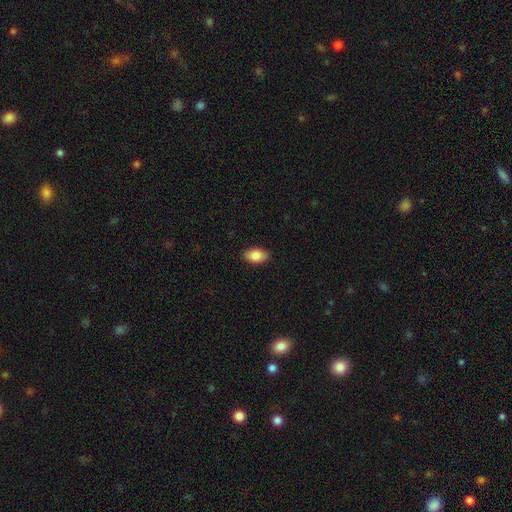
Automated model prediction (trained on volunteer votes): This is clearly a smooth galaxy (87%). How rounded: clearly in between (93%). Merging: clearly none (90%).